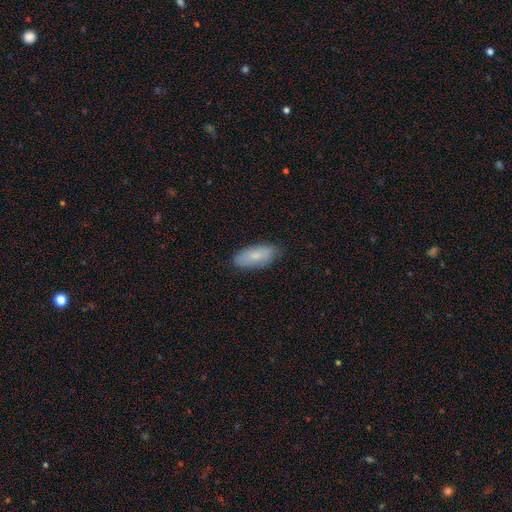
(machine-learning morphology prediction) Overall: smooth (77%). How rounded: in between (85%). Merging: none (82%).